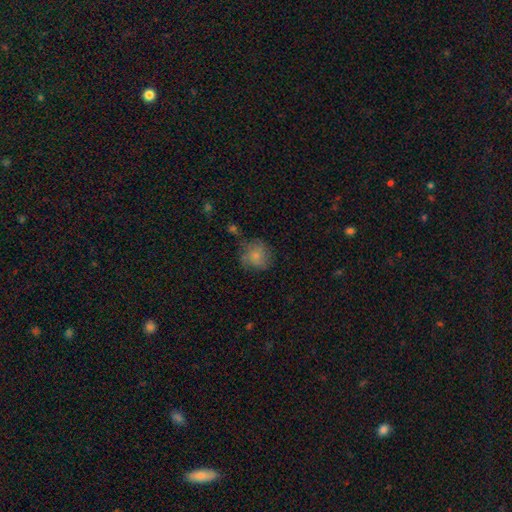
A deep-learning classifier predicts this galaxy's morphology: A smooth galaxy with no disk features (70%) that is round (83%). Merging: none (54%).